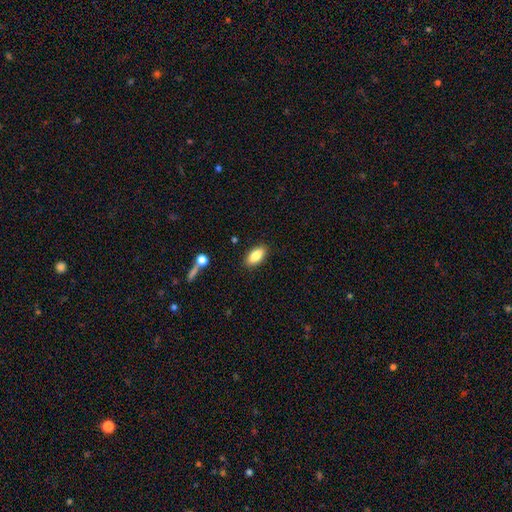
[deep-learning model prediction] This appears to be a smooth galaxy with no disk features (85%) that is in between round and cigar-shaped (89%). Merging: none (87%).